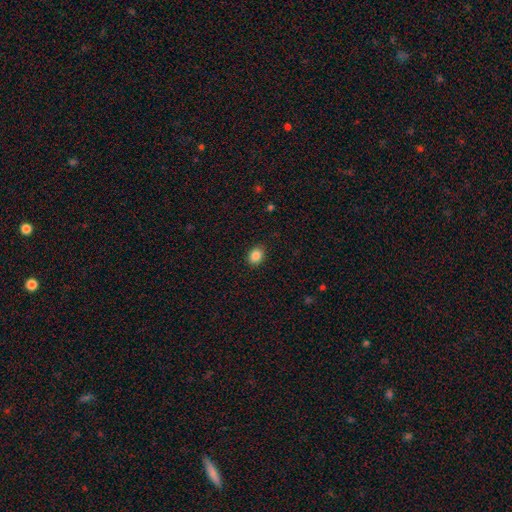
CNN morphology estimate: Q: Smooth or featured?
A: smooth (86%); runner-up: star or artifact (9%)
Q: How rounded?
A: in between (62%); runner-up: round (38%)
Q: Merging?
A: none (88%); runner-up: minor disturbance (9%)